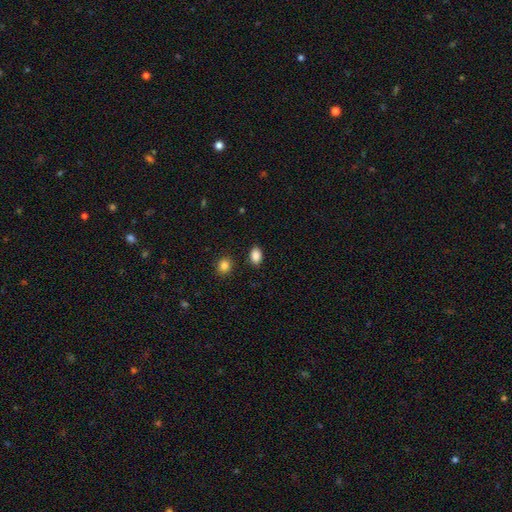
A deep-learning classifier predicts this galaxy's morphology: Smooth or featured: smooth — 88% (star or artifact — 9%)
How rounded: in between — 78% (round — 21%)
Merging: none — 87% (minor disturbance — 8%)